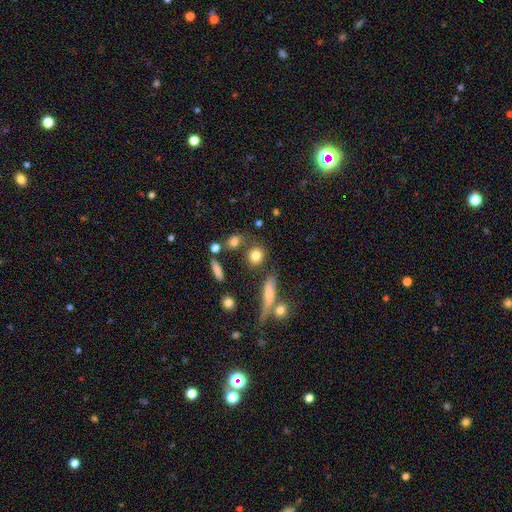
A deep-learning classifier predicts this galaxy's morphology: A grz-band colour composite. It shows a smooth galaxy with no disk features (80%) that is round (70%). Merging: none (67%).